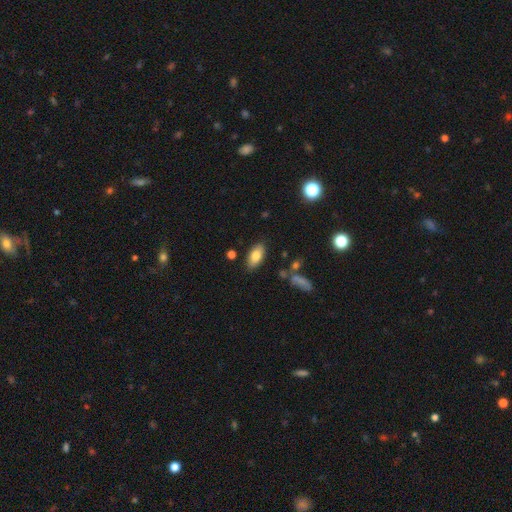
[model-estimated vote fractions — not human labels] This is clearly a smooth galaxy (81%). How rounded: clearly in between (91%). Merging: clearly none (83%).